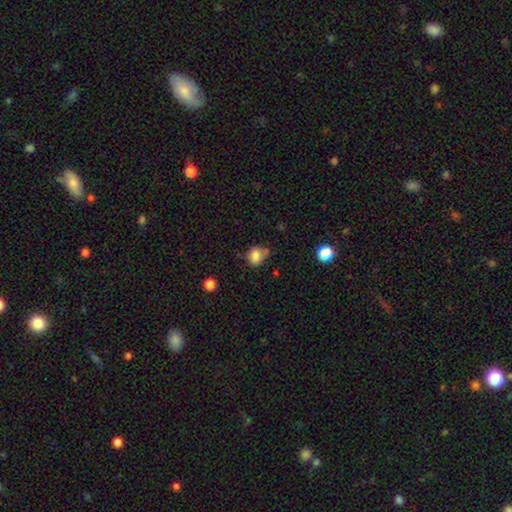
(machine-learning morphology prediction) A smooth galaxy with no disk features (81%) that is round (64%). Merging: none (59%).